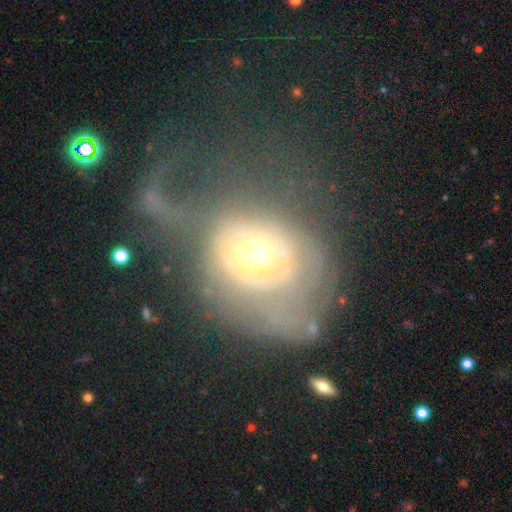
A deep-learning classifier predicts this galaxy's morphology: This appears to be a featured or disk galaxy (62%) with no bar (84%), no spiral arms (57%) and a moderate central bulge (62%). Merging: major disturbance (61%).